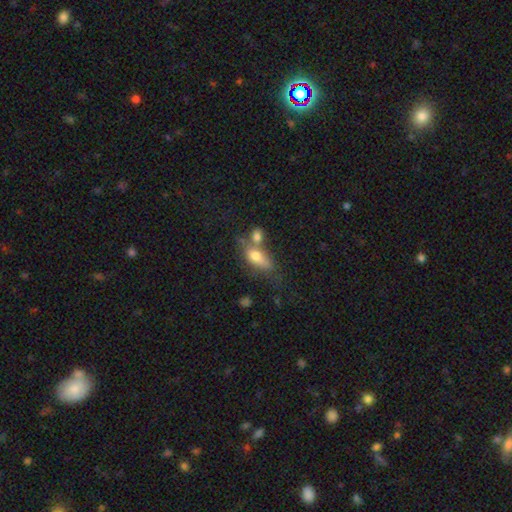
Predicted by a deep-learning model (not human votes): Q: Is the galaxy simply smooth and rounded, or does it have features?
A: smooth — 65%.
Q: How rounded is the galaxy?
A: in between — 73%.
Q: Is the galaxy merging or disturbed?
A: merger — 42%.